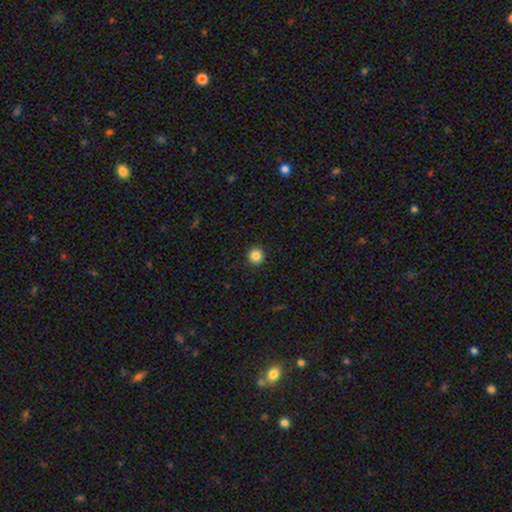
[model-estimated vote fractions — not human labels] smooth_or_featured: smooth (p=0.85) [alt: star or artifact p=0.11]
how_rounded: round (p=0.93) [alt: in between p=0.06]
merging: none (p=0.93) [alt: minor disturbance p=0.05]